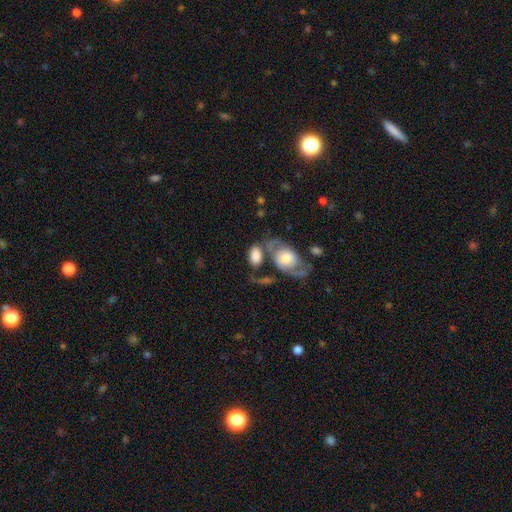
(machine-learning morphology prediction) The model was most divided on "merging": none: 38%, merger: 32%, minor disturbance: 18%, major disturbance: 13%. More confident: how rounded — in between (87%); smooth or featured — smooth (64%).